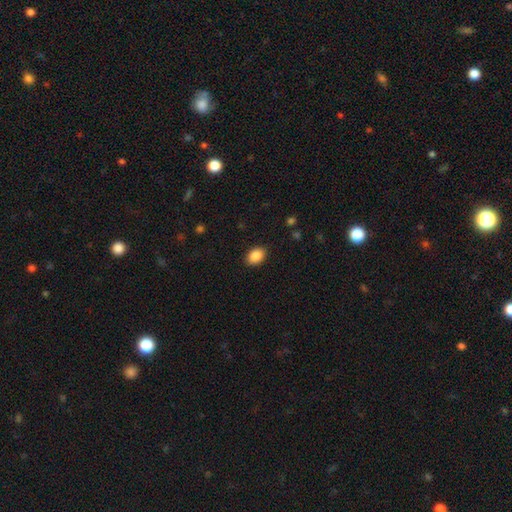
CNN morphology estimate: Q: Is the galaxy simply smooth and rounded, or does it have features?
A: smooth — 88%.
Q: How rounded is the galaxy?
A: in between — 80%.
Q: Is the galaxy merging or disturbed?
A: none — 89%.